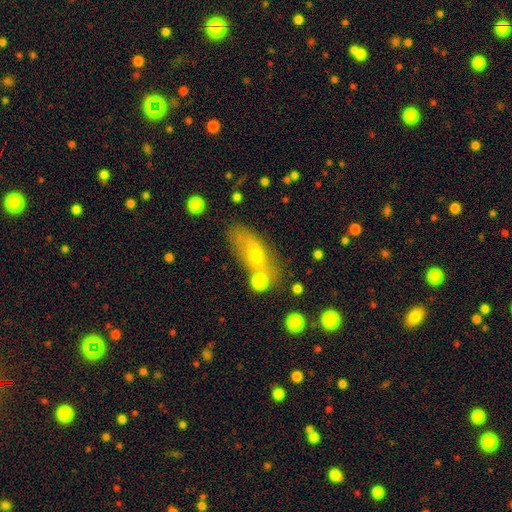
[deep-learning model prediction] This is possibly a smooth galaxy (57%). How rounded: likely in between (70%). Merging: possibly none (53%).